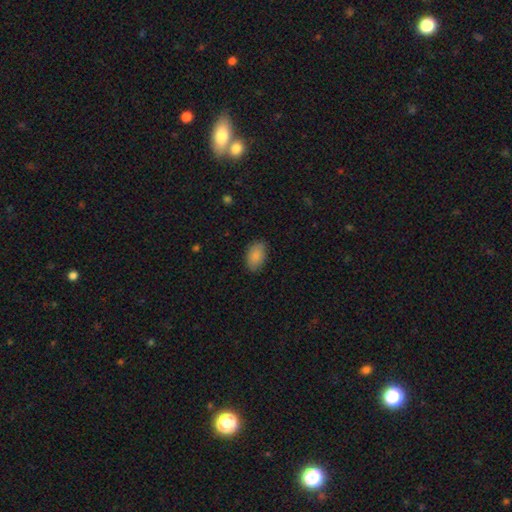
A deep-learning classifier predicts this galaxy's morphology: smooth_or_featured: smooth (p=0.88) [alt: star or artifact p=0.08]
how_rounded: in between (p=0.91) [alt: round p=0.07]
merging: none (p=0.85) [alt: minor disturbance p=0.11]